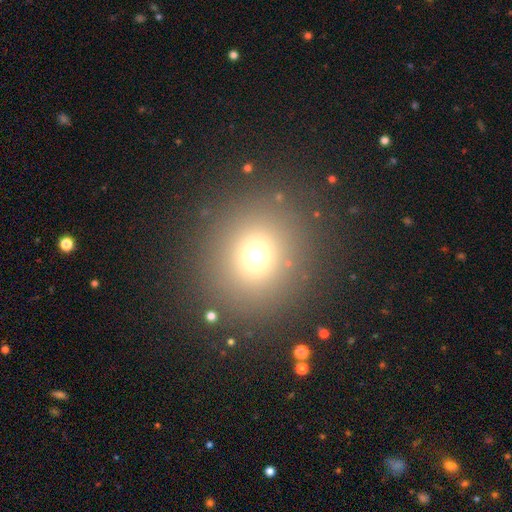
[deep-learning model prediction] Smooth or featured?
  - smooth: 68% *
  - star or artifact: 23%
  - featured or disk: 9%
How rounded?
  - round: 88% *
  - in between: 11%
  - cigar-shaped: 1%
Merging?
  - none: 88% *
  - minor disturbance: 6%
  - major disturbance: 4%
  - merger: 2%